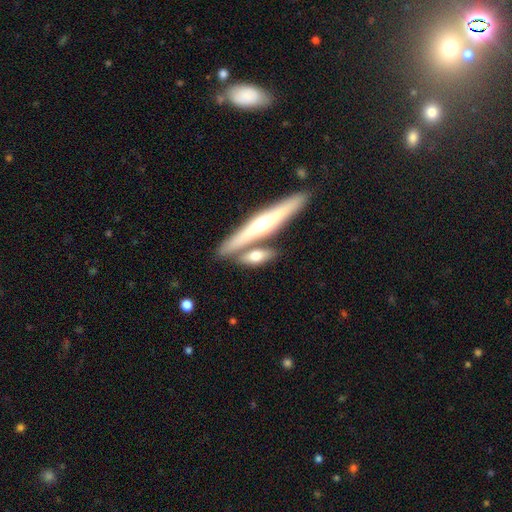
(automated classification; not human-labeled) A smooth galaxy with no disk features (61%) that is cigar-shaped (56%). Merging: none (58%).